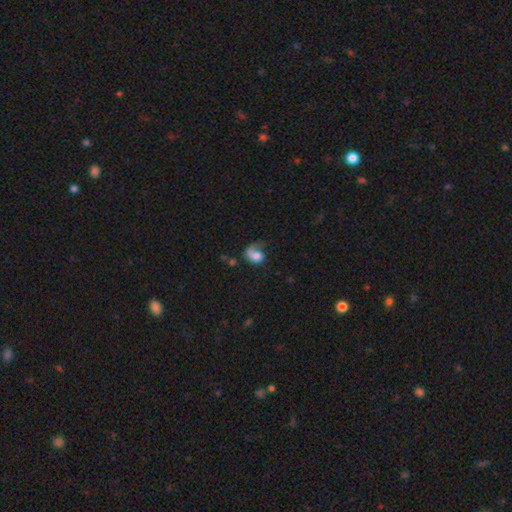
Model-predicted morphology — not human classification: Smooth or featured? Predicted: smooth (p=0.51). How rounded? Predicted: in between (p=0.51). Merging? Predicted: major disturbance (p=0.43).